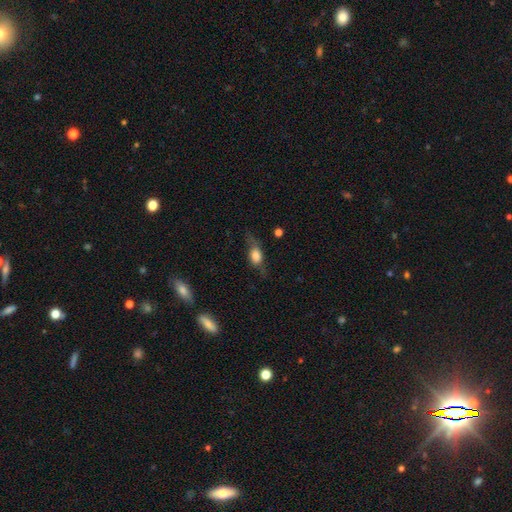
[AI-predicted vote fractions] This appears to be a smooth galaxy with no disk features (63%) that is in between round and cigar-shaped (67%). Merging: none (50%).